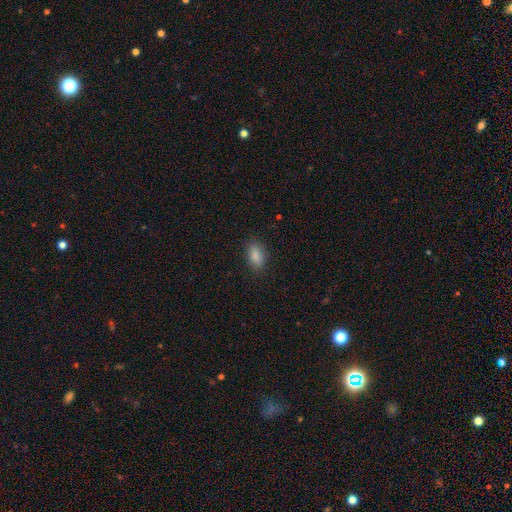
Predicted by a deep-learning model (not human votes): smooth_or_featured: smooth (p=0.87) [alt: star or artifact p=0.08]
how_rounded: in between (p=0.89) [alt: round p=0.07]
merging: none (p=0.85) [alt: minor disturbance p=0.11]